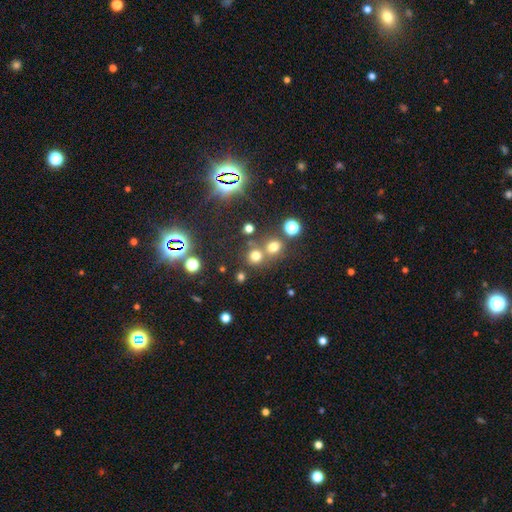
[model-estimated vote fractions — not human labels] The model was most divided on "merging": none: 60%, merger: 30%, minor disturbance: 7%, major disturbance: 4%. More confident: how rounded — round (88%); smooth or featured — smooth (67%).